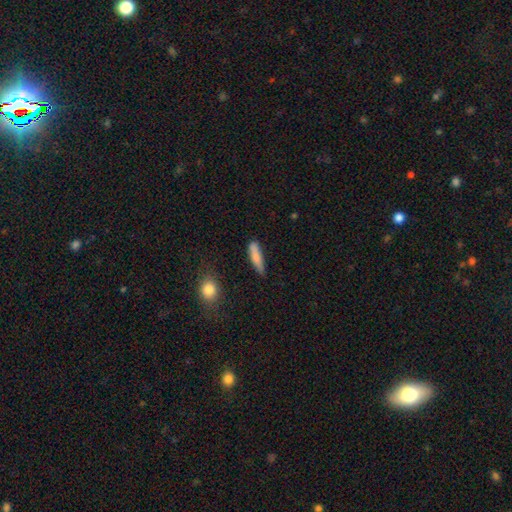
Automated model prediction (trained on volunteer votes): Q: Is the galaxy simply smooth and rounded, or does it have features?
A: smooth — 80%.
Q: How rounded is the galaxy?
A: cigar-shaped — 79%.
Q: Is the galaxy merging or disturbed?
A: none — 66%.